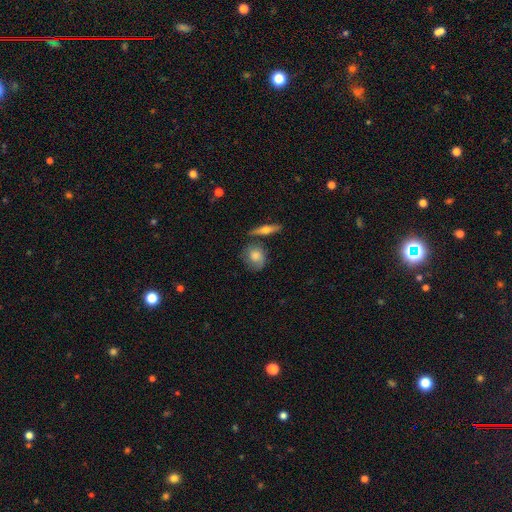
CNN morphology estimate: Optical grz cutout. It shows a smooth galaxy with no disk features (58%) that is round (58%). Merging: none (61%).